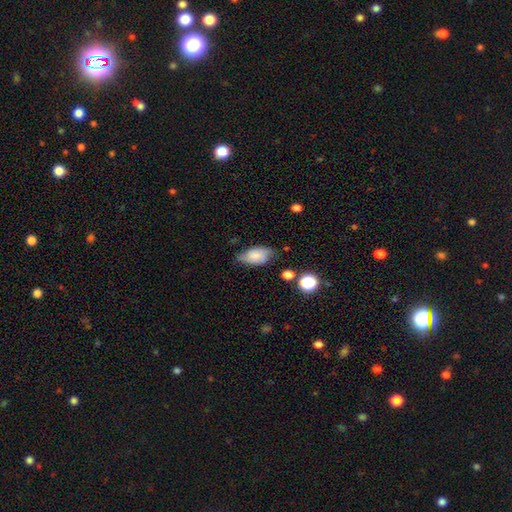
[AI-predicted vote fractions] smooth-or-featured: smooth: 68% | featured or disk: 23% | star or artifact: 9%
  how-rounded: in between: 91% | round: 6% | cigar-shaped: 3%
  merging: none: 63% | minor disturbance: 28% | major disturbance: 7% | merger: 3%